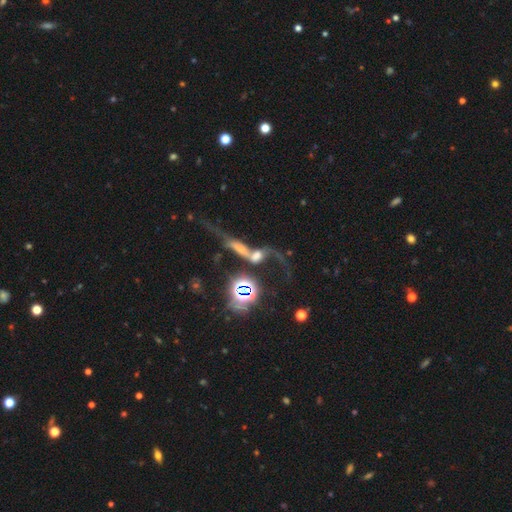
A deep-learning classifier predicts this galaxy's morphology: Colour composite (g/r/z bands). It shows a featured or disk galaxy (55%). Merging: merger (62%).